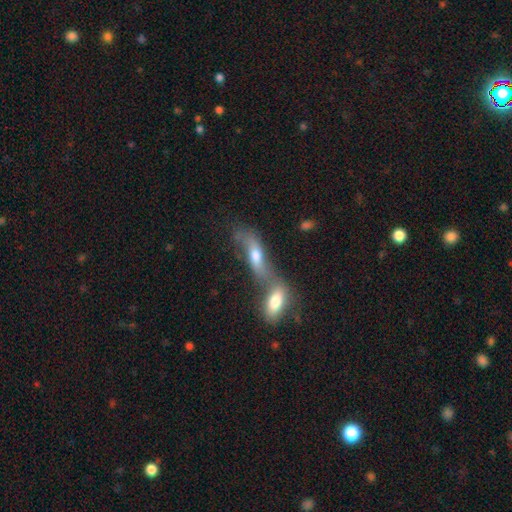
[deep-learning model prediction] Smooth or featured? smooth (48%)
Merging? merger (63%)